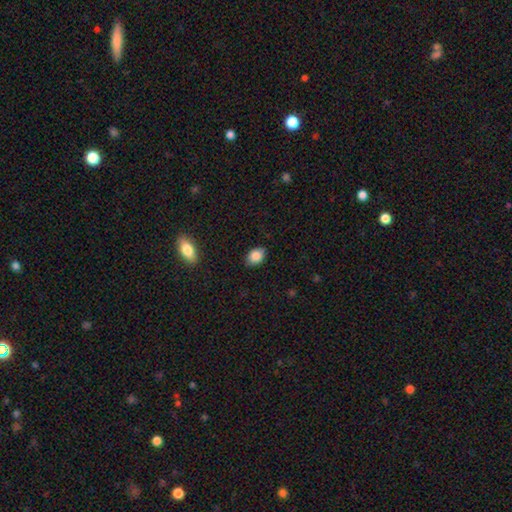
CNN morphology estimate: A smooth galaxy with no disk features (85%) that is in between round and cigar-shaped (81%).

Vote fractions:
- Smooth or featured? smooth: 85% / star or artifact: 8% / featured or disk: 7%
- How rounded? in between: 81% / round: 17% / cigar-shaped: 1%
- Merging? none: 83% / minor disturbance: 13% / major disturbance: 2% / merger: 1%